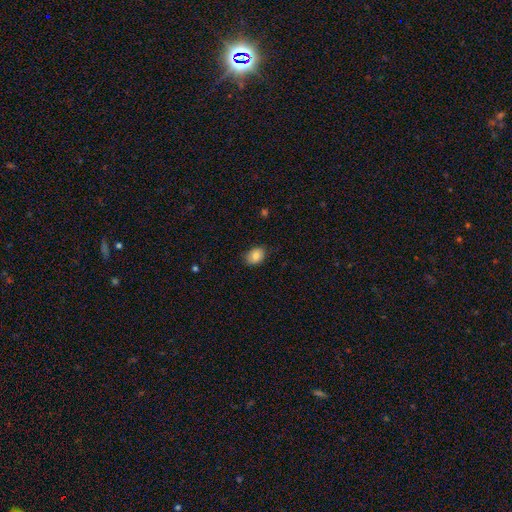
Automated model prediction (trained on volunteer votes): smooth_or_featured: smooth (p=0.82) [alt: featured or disk p=0.10]
how_rounded: in between (p=0.73) [alt: round p=0.26]
merging: none (p=0.80) [alt: minor disturbance p=0.16]